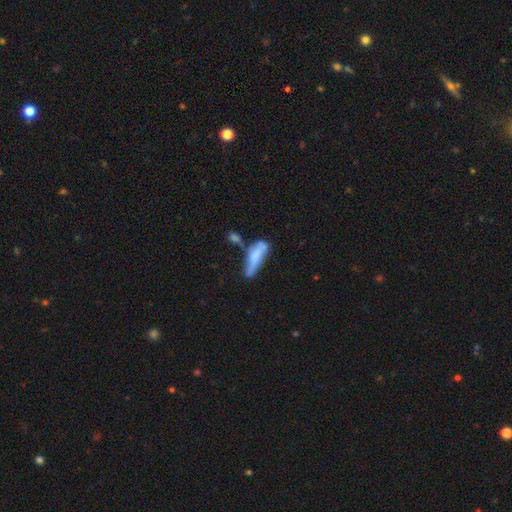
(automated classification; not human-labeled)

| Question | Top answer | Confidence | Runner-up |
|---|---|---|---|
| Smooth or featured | smooth | 57% | featured or disk (34%) |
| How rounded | cigar-shaped | 50% | in between (48%) |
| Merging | merger | 30% | none (26%) |